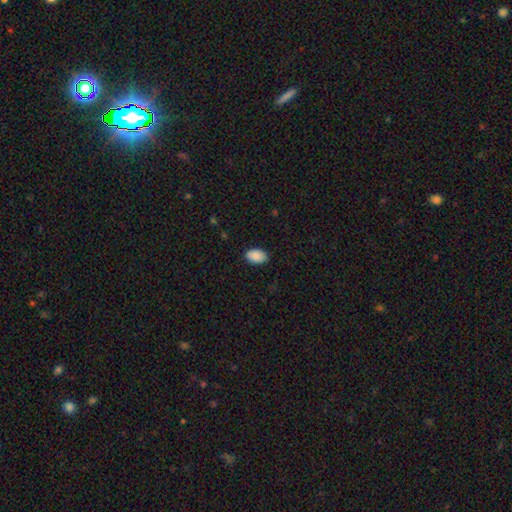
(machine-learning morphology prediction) This appears to be a smooth galaxy with no disk features (90%) that is in between round and cigar-shaped (92%). Merging: none (86%).